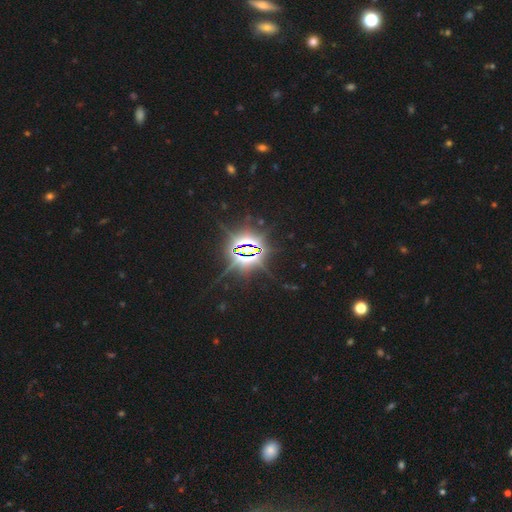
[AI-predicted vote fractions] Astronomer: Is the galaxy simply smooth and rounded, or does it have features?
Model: star or artifact — 87%.